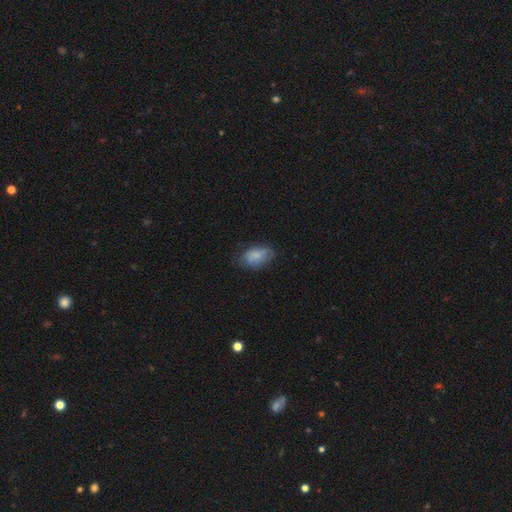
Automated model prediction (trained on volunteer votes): Smooth or featured?
  - smooth: 74% *
  - featured or disk: 18%
  - star or artifact: 8%
How rounded?
  - in between: 90% *
  - round: 8%
  - cigar-shaped: 2%
Merging?
  - none: 56% *
  - minor disturbance: 30%
  - major disturbance: 13%
  - merger: 2%